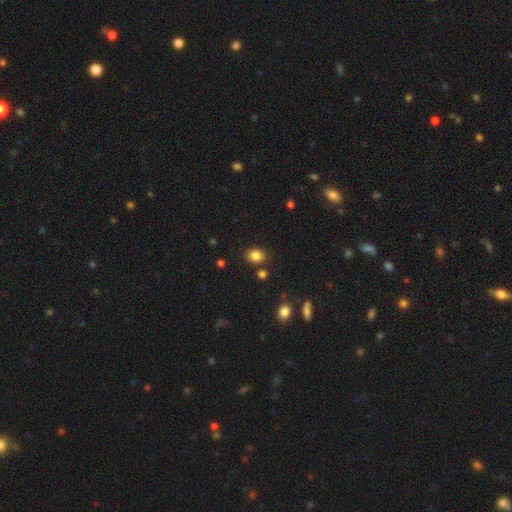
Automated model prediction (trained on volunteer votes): Smooth or featured: smooth — 84% (star or artifact — 11%)
How rounded: round — 52% (in between — 47%)
Merging: none — 82% (minor disturbance — 10%)